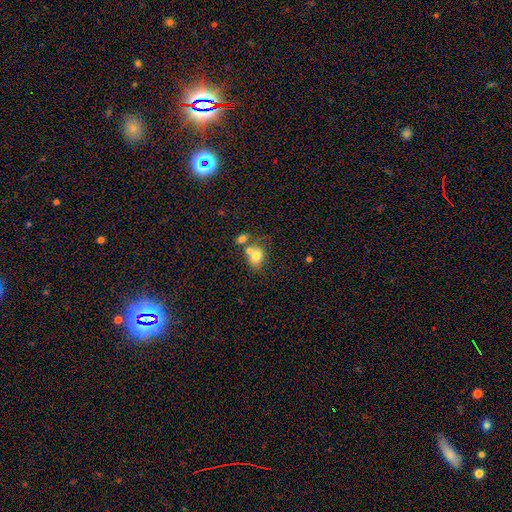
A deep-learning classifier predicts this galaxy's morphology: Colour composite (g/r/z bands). It shows a smooth galaxy with no disk features (71%) that is in between round and cigar-shaped (50%). Merging: merger (49%).